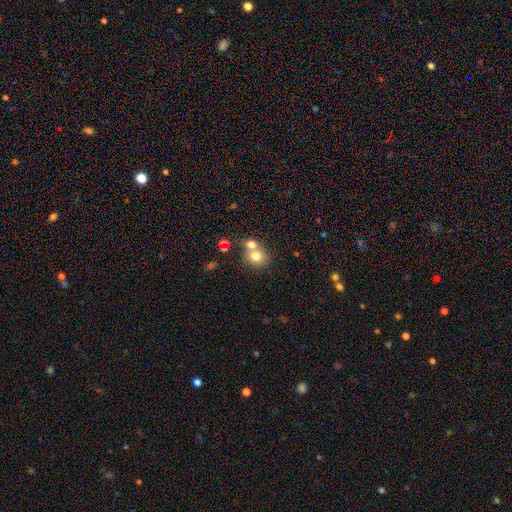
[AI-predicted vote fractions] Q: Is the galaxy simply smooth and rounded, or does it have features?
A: smooth — 75%.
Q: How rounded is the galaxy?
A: round — 77%.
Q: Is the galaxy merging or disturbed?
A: none — 45%, tied with merger.